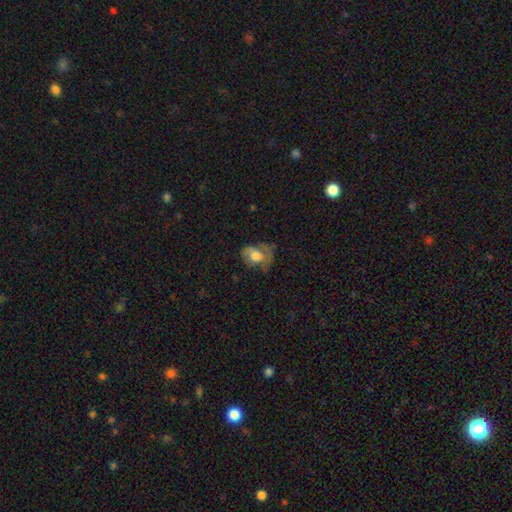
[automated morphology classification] A smooth galaxy with no disk features (51%) that is in between round and cigar-shaped (68%). Merging: major disturbance (35%).